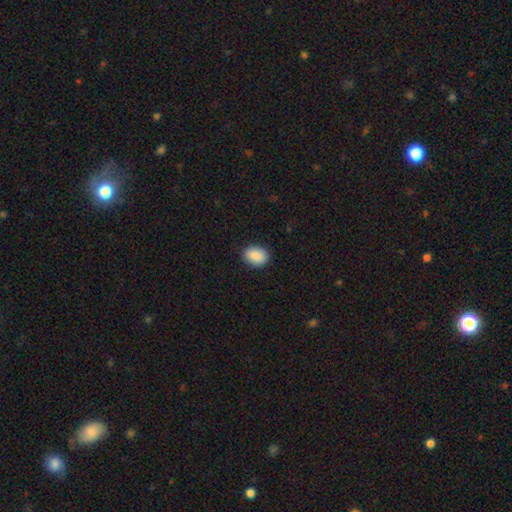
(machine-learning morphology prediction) type=smooth (89%); roundness=in between (67%); merging=none (88%).